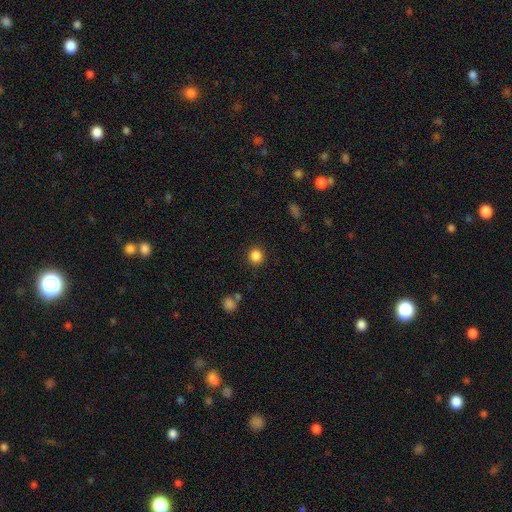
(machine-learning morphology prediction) Smooth or featured: smooth — 85% (star or artifact — 11%)
How rounded: round — 91% (in between — 8%)
Merging: none — 90% (minor disturbance — 6%)